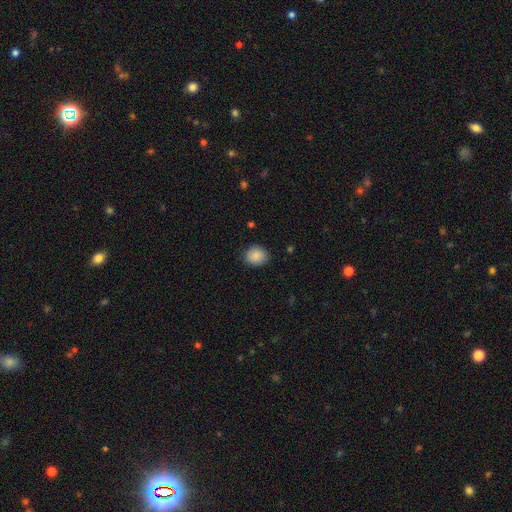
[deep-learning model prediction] Smooth or featured?
  - smooth: 87% *
  - star or artifact: 8%
  - featured or disk: 5%
How rounded?
  - round: 69% *
  - in between: 30%
  - cigar-shaped: 1%
Merging?
  - none: 84% *
  - minor disturbance: 13%
  - major disturbance: 3%
  - merger: 1%